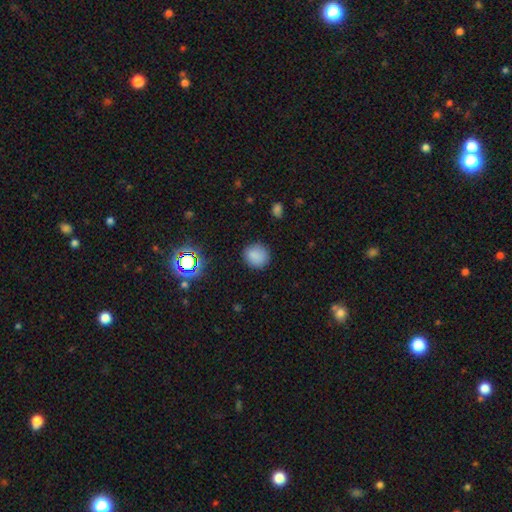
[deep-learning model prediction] smooth-or-featured: smooth: 83% | star or artifact: 13% | featured or disk: 4%
  how-rounded: round: 86% | in between: 13% | cigar-shaped: 1%
  merging: none: 86% | minor disturbance: 10% | major disturbance: 3% | merger: 1%